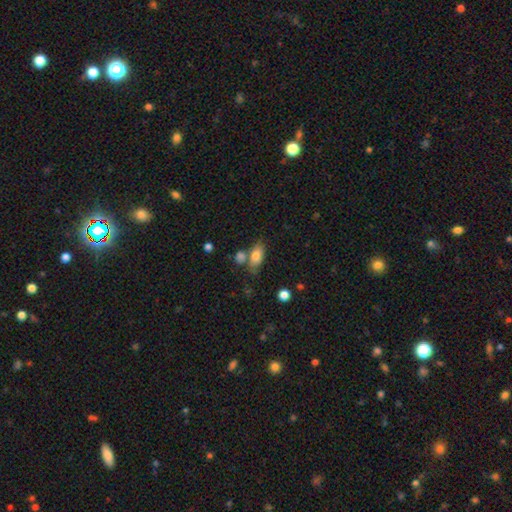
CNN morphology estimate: Overall: smooth (79%). How rounded: in between (87%). Merging: none (52%; merger 24%).